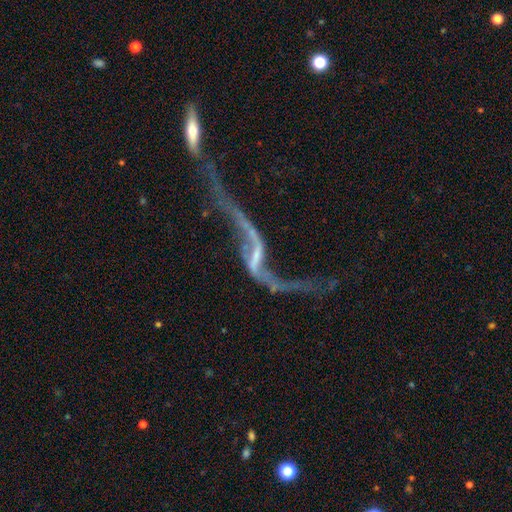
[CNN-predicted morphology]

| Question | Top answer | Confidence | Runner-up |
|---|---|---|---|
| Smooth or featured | featured or disk | 88% | star or artifact (7%) |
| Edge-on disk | no | 91% | yes (9%) |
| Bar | strong | 46% | weak (35%) |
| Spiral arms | yes | 91% | no (9%) |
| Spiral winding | loose | 96% | medium (3%) |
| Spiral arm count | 2 | 92% | 1 (3%) |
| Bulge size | none | 48% | small (36%) |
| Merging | none | 41% | major disturbance (30%) |